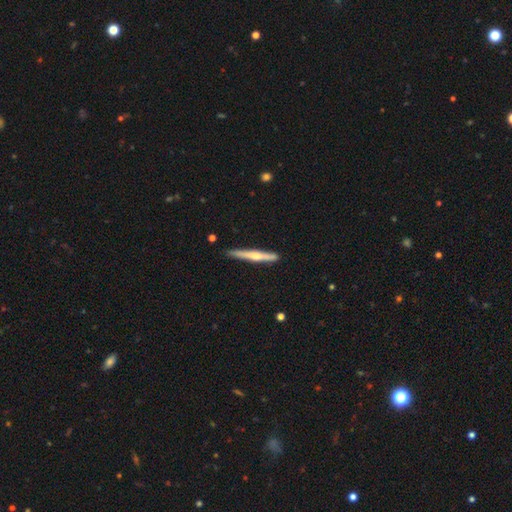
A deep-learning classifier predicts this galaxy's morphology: smooth_or_featured: featured or disk (p=0.51) [alt: smooth p=0.43]
disk_edge_on: yes (p=0.96) [alt: no p=0.04]
merging: none (p=0.86) [alt: minor disturbance p=0.11]